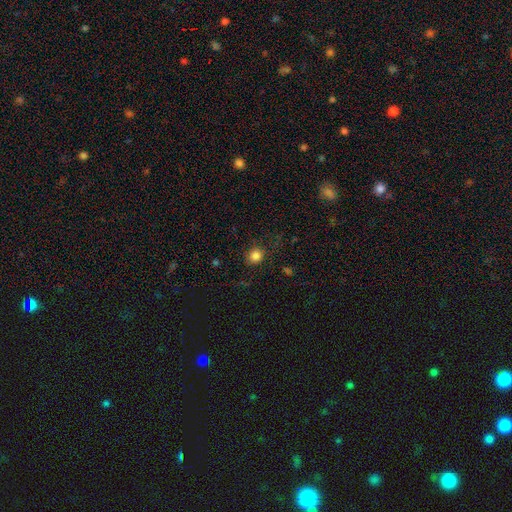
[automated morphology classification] smooth-or-featured: smooth: 84% | star or artifact: 12% | featured or disk: 4%
  how-rounded: round: 82% | in between: 17% | cigar-shaped: 1%
  merging: none: 85% | minor disturbance: 10% | major disturbance: 4% | merger: 1%